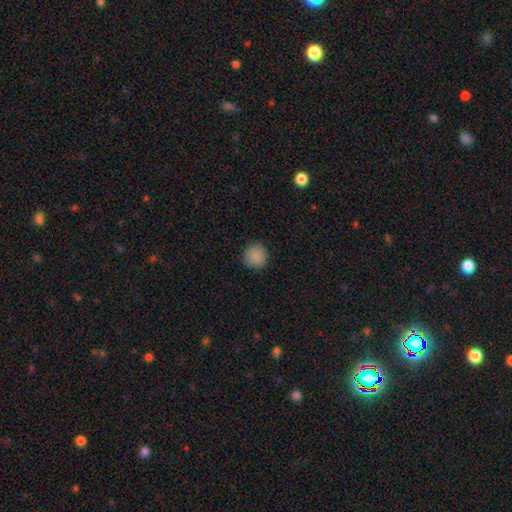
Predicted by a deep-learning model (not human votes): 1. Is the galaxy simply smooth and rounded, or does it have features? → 87% smooth, 10% star or artifact, 4% featured or disk.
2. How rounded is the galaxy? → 92% round, 7% in between, 1% cigar-shaped.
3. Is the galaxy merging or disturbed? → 86% none, 10% minor disturbance, 2% major disturbance, 1% merger.